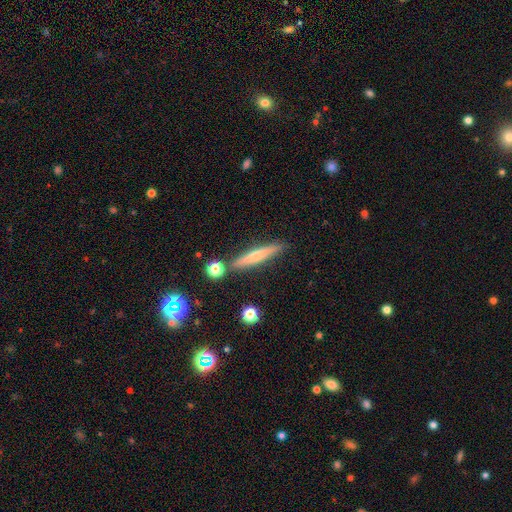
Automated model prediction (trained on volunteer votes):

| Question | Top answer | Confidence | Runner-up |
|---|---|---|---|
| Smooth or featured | smooth | 51% | featured or disk (41%) |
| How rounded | cigar-shaped | 92% | in between (6%) |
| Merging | none | 82% | minor disturbance (10%) |